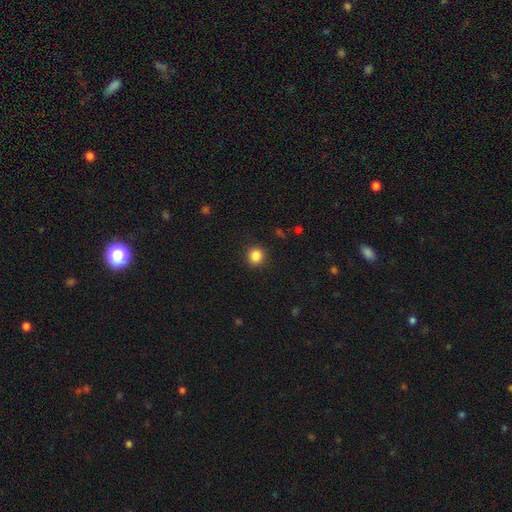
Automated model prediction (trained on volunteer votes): A smooth galaxy with no disk features (86%) that is round (89%). Merging: none (90%).